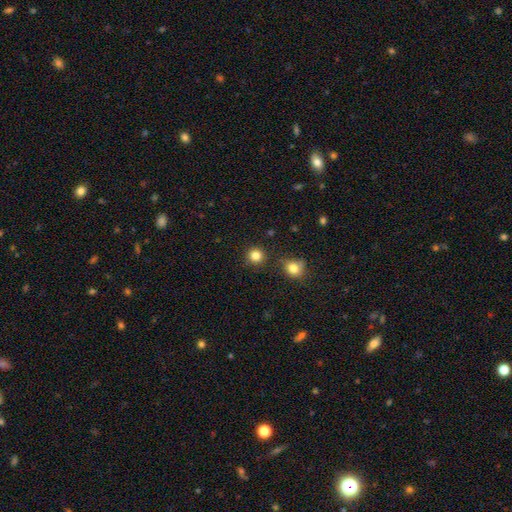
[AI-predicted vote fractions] Overall: smooth (83%). How rounded: round (94%). Merging: none (88%).